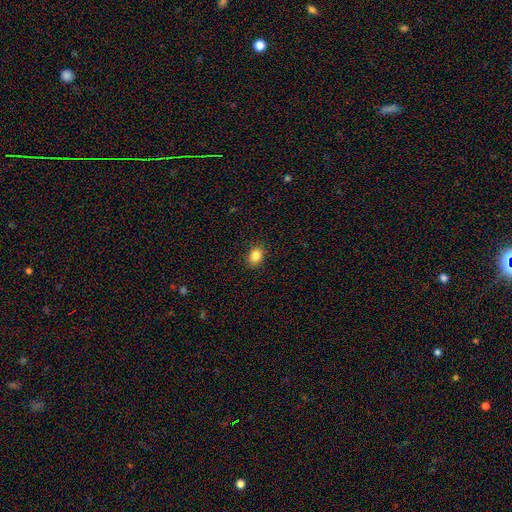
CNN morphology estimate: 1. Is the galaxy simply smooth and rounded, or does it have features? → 85% smooth, 10% star or artifact, 5% featured or disk.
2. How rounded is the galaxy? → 53% in between, 46% round, 1% cigar-shaped.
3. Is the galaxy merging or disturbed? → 90% none, 7% minor disturbance, 2% major disturbance, 1% merger.